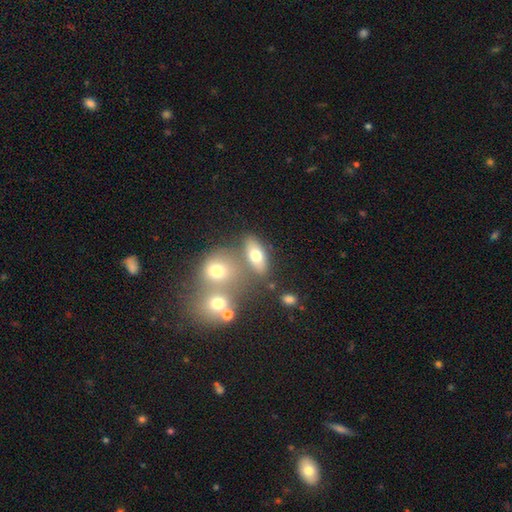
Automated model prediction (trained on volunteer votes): The model was most divided on "merging": none: 62%, merger: 22%, minor disturbance: 11%, major disturbance: 5%. More confident: how rounded — in between (74%); smooth or featured — smooth (70%).